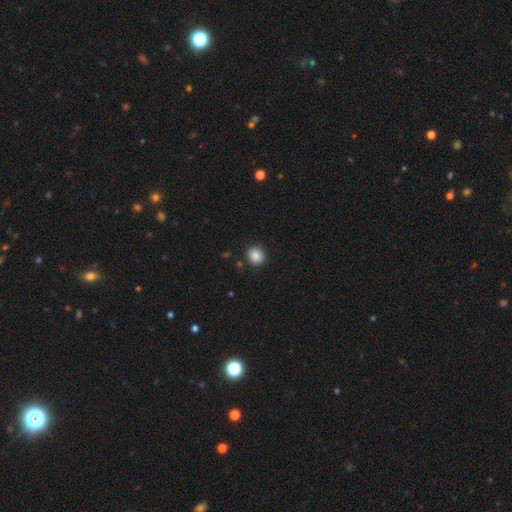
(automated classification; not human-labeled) A smooth galaxy with no disk features (86%) that is round (86%). Merging: none (89%).